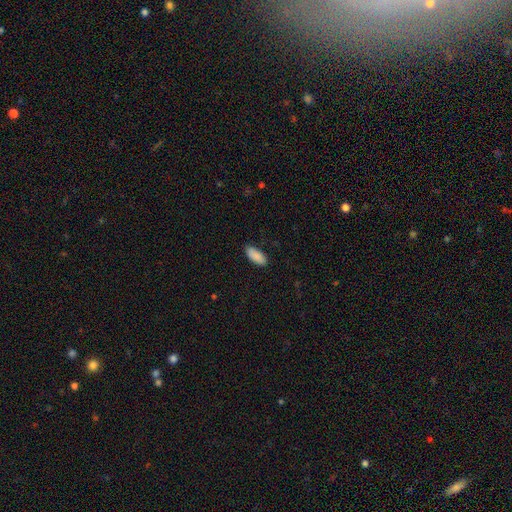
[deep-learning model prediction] A smooth galaxy with no disk features (89%) that is in between round and cigar-shaped (85%).

Vote fractions:
- Smooth or featured? smooth: 89% / star or artifact: 6% / featured or disk: 5%
- How rounded? in between: 85% / cigar-shaped: 13% / round: 2%
- Merging? none: 86% / minor disturbance: 11% / major disturbance: 2% / merger: 1%